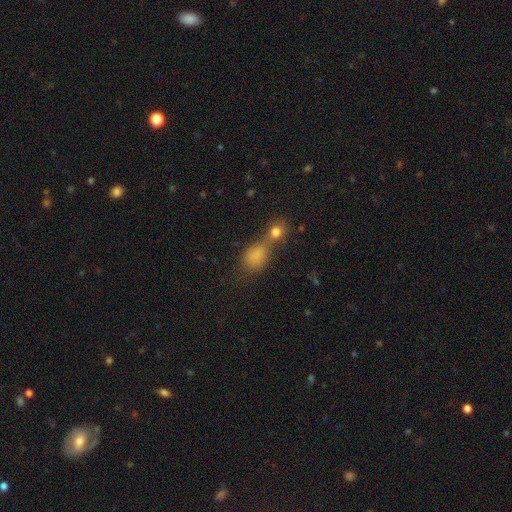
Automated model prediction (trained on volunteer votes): Morphology: type=smooth (77%); roundness=in between (63%); merging=merger (61%).